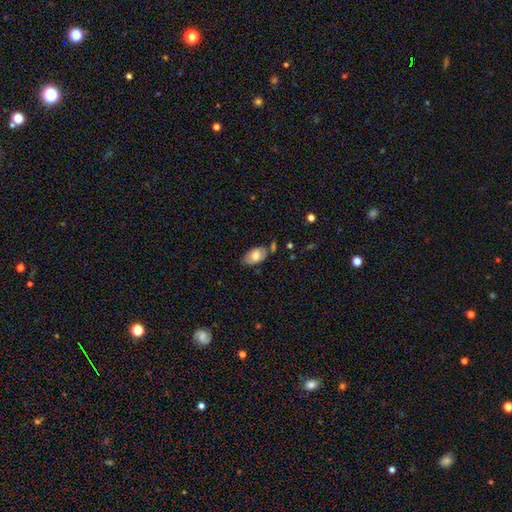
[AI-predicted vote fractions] A smooth galaxy with no disk features (67%) that is in between round and cigar-shaped (92%).

Vote fractions:
- Smooth or featured? smooth: 67% / featured or disk: 26% / star or artifact: 7%
- How rounded? in between: 92% / round: 6% / cigar-shaped: 2%
- Merging? none: 61% / minor disturbance: 25% / merger: 9% / major disturbance: 6%